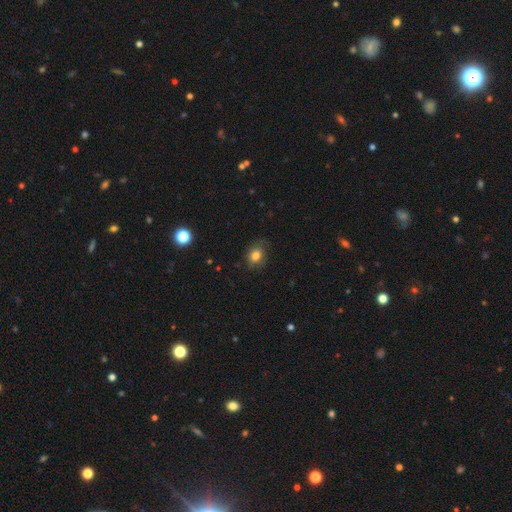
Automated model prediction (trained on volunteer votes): A smooth galaxy with no disk features (81%) that is round (57%). Merging: none (74%).